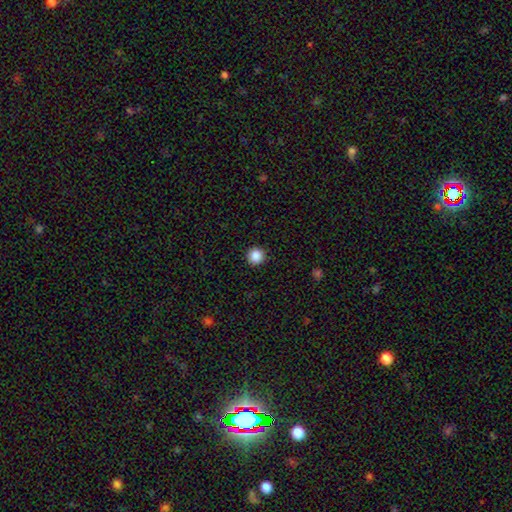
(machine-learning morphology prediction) Smooth or featured: smooth — 87% (star or artifact — 10%)
How rounded: round — 96% (in between — 3%)
Merging: none — 93% (minor disturbance — 5%)